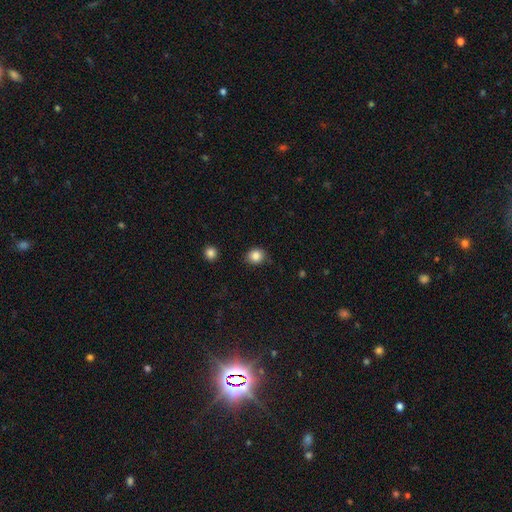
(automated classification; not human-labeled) smooth-or-featured: smooth: 85% | star or artifact: 10% | featured or disk: 5%
  how-rounded: round: 74% | in between: 25% | cigar-shaped: 1%
  merging: none: 84% | minor disturbance: 12% | major disturbance: 3% | merger: 2%